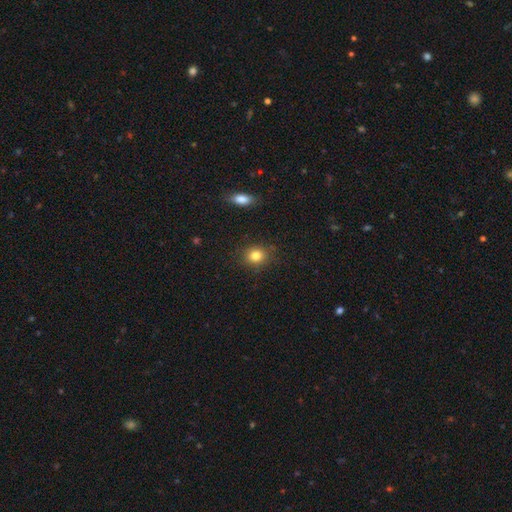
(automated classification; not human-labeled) smooth-or-featured: smooth: 83% | star or artifact: 11% | featured or disk: 6%
  how-rounded: round: 76% | in between: 23% | cigar-shaped: 1%
  merging: none: 86% | minor disturbance: 10% | major disturbance: 3% | merger: 2%